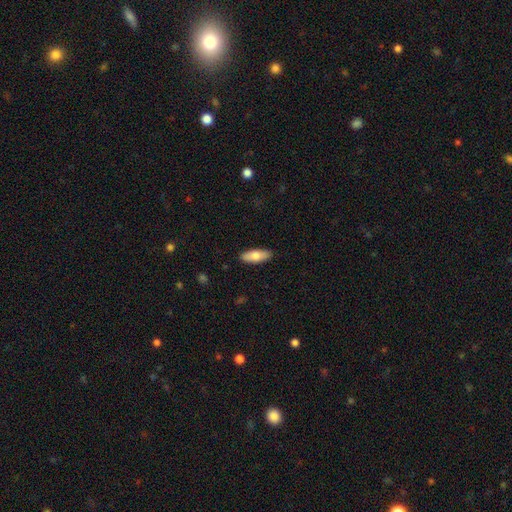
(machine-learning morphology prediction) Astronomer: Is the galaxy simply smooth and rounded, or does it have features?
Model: smooth — 76%.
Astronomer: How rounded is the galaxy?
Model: in between — 71%.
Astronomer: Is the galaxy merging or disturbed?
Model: none — 90%.